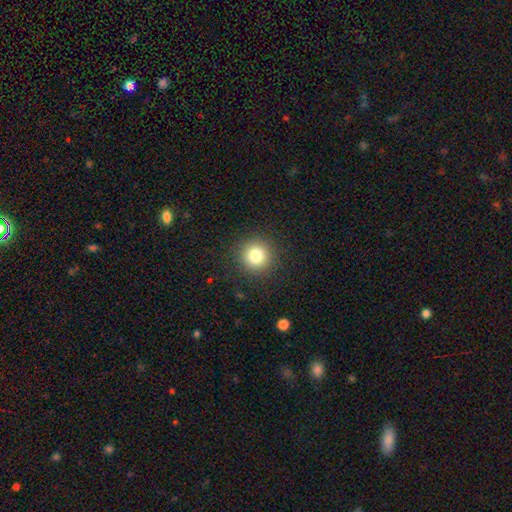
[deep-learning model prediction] Smooth or featured? Predicted: smooth (p=0.81). How rounded? Predicted: round (p=0.95). Merging? Predicted: none (p=0.90).